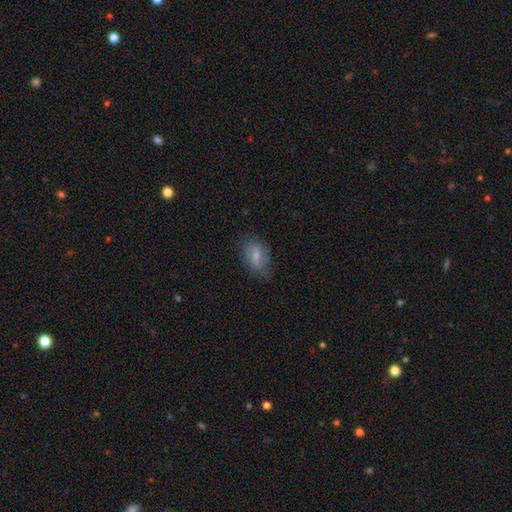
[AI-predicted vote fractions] smooth 59%, featured or disk 32%, star or artifact 9%. Down the decision tree: how rounded — in between (83%); merging — none (65%).